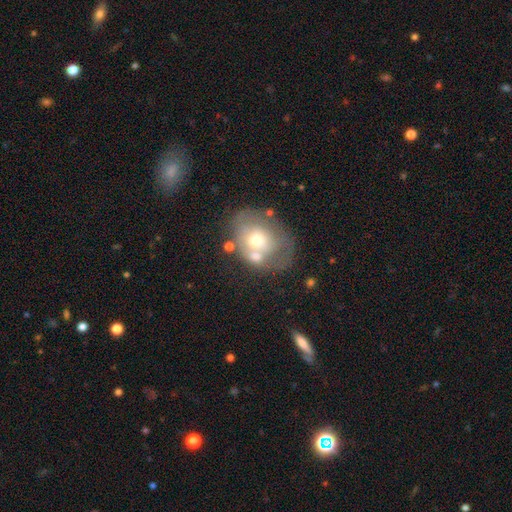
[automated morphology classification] A smooth galaxy with no disk features (51%) that is in between round and cigar-shaped (52%). Merging: none (37%).